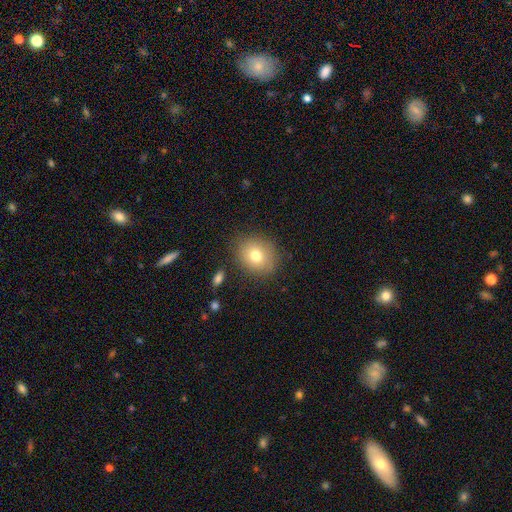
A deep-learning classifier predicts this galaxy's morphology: A smooth galaxy with no disk features (76%) that is round (64%). Merging: none (83%).